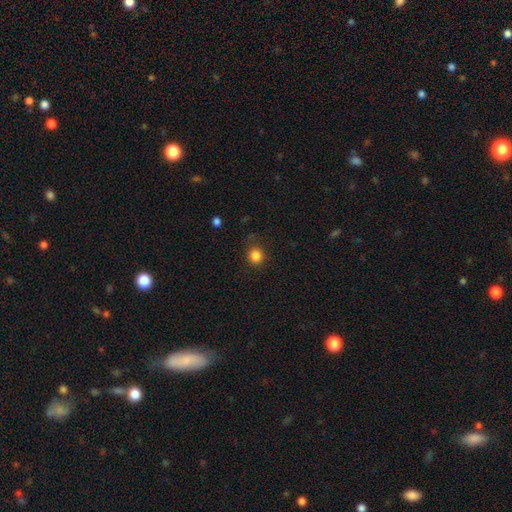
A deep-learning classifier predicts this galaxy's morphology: smooth-or-featured: smooth: 85% | star or artifact: 12% | featured or disk: 4%
  how-rounded: round: 89% | in between: 10% | cigar-shaped: 1%
  merging: none: 83% | minor disturbance: 12% | major disturbance: 4% | merger: 1%